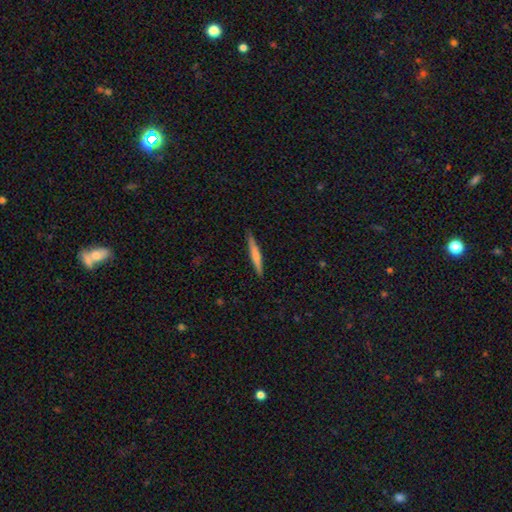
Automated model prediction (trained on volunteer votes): Smooth or featured? Predicted: smooth (p=0.58). How rounded? Predicted: cigar-shaped (p=0.95). Merging? Predicted: none (p=0.87).